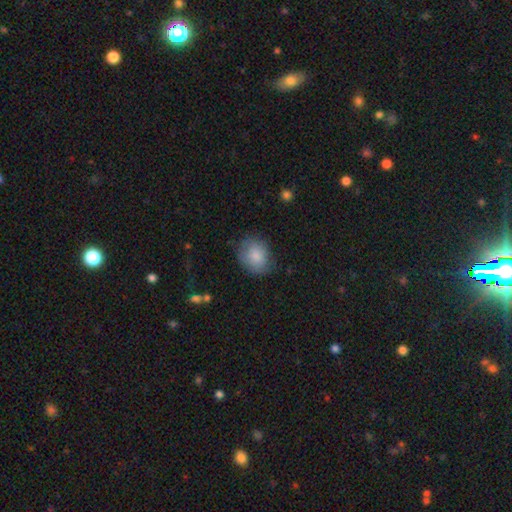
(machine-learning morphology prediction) Smooth or featured? smooth (84%)
How rounded? round (61%)
Merging? none (72%)